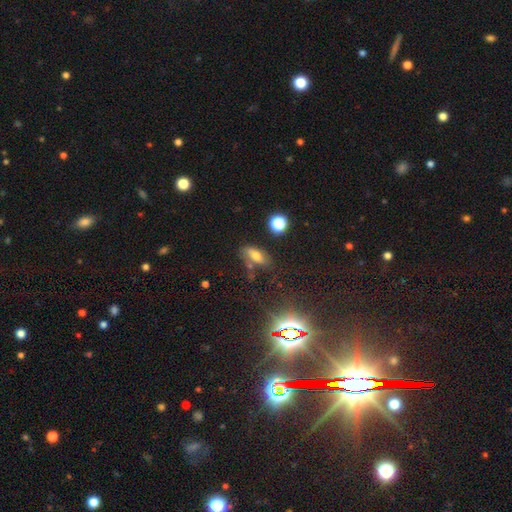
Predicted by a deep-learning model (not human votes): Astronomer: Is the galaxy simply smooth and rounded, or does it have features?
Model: smooth — 58%.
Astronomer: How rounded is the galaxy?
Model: in between — 72%.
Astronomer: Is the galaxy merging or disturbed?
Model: none — 63%.